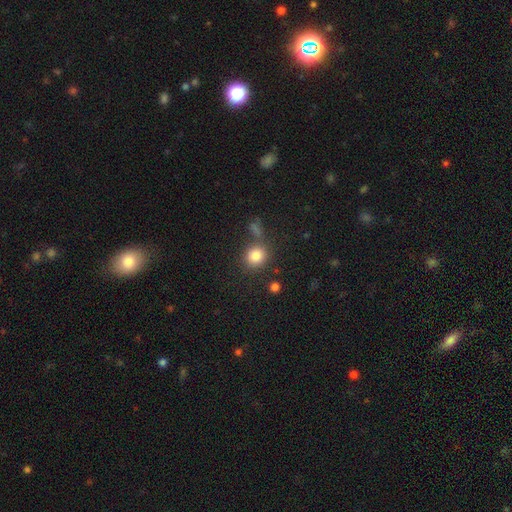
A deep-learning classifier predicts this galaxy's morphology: smooth 82%, star or artifact 11%, featured or disk 7%. Down the decision tree: how rounded — round (82%); merging — none (72%).